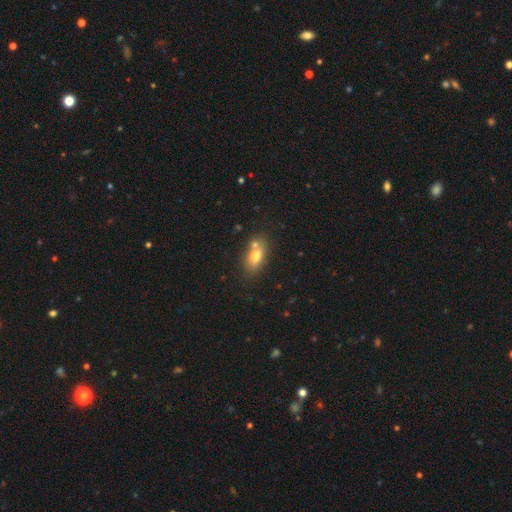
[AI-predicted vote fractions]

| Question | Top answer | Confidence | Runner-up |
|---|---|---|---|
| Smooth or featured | smooth | 71% | featured or disk (19%) |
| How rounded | in between | 80% | round (11%) |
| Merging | none | 54% | merger (28%) |